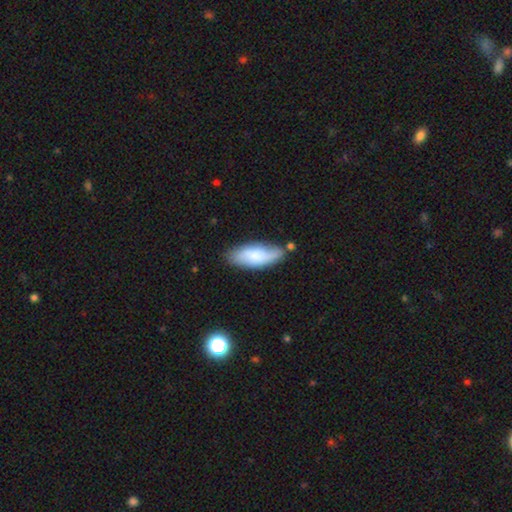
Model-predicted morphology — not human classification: Smooth or featured: smooth — 69% (featured or disk — 25%)
How rounded: in between — 77% (cigar-shaped — 21%)
Merging: none — 69% (minor disturbance — 21%)